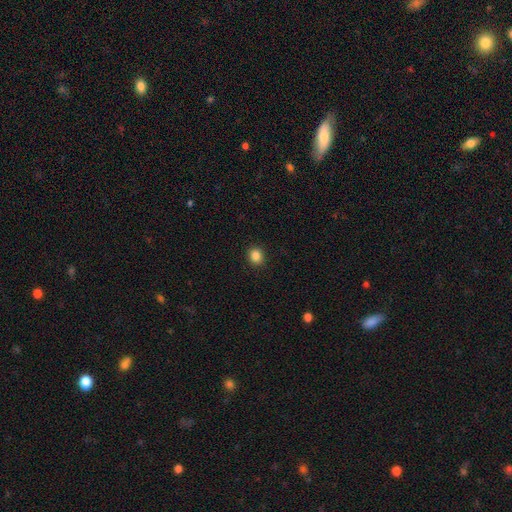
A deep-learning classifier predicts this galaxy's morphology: A smooth galaxy with no disk features (86%) that is round (73%).

Vote fractions:
- Smooth or featured? smooth: 86% / star or artifact: 11% / featured or disk: 3%
- How rounded? round: 73% / in between: 26% / cigar-shaped: 1%
- Merging? none: 91% / minor disturbance: 6% / major disturbance: 2% / merger: 1%